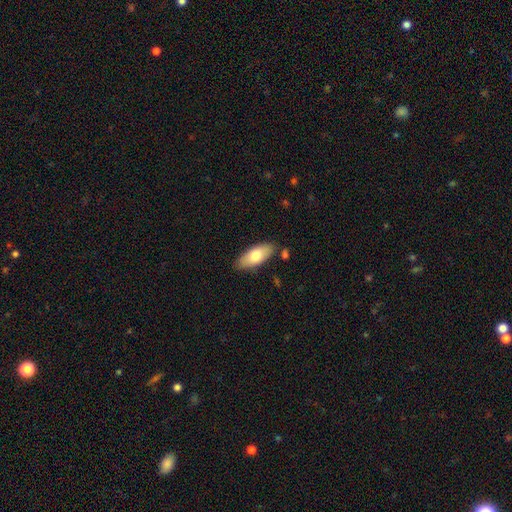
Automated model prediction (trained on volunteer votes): A smooth galaxy with no disk features (73%) that is in between round and cigar-shaped (81%).

Vote fractions:
- Smooth or featured? smooth: 73% / featured or disk: 22% / star or artifact: 6%
- How rounded? in between: 81% / cigar-shaped: 17% / round: 2%
- Merging? none: 83% / minor disturbance: 11% / merger: 3% / major disturbance: 2%